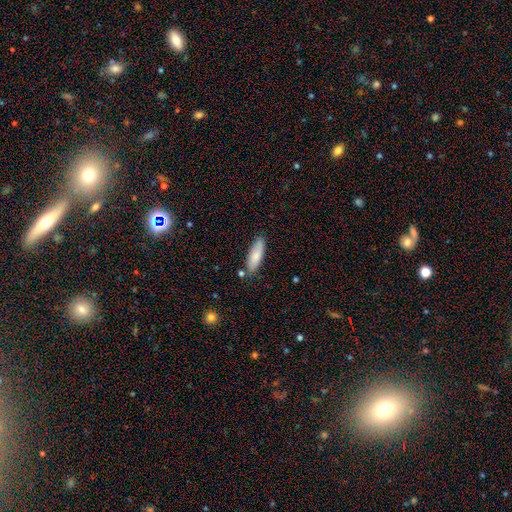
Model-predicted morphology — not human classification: Smooth or featured? smooth (82%)
How rounded? in between (54%)
Merging? none (78%)